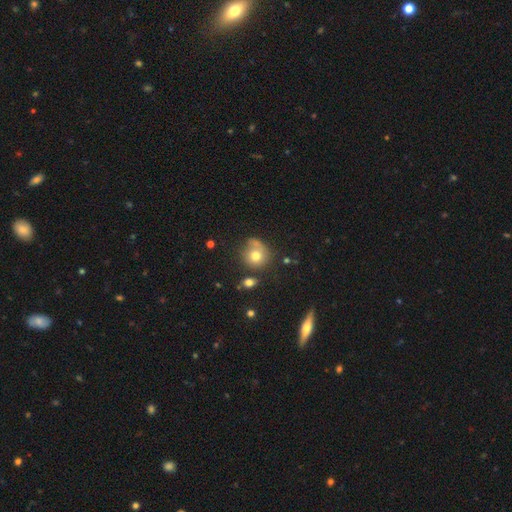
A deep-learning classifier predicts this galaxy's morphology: A smooth galaxy with no disk features (73%) that is round (85%). Merging: none (55%).